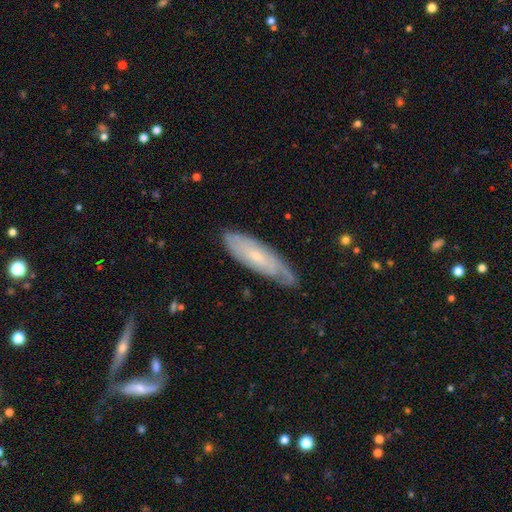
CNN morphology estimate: smooth_or_featured: featured or disk (p=0.62) [alt: smooth p=0.31]
disk_edge_on: no (p=0.74) [alt: yes p=0.26]
merging: none (p=0.72) [alt: minor disturbance p=0.22]